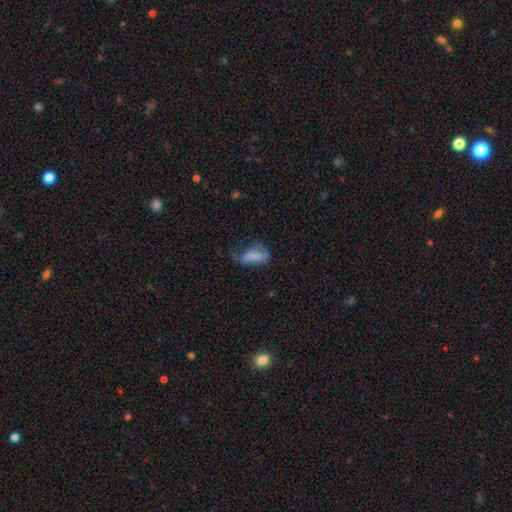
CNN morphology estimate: Q: Smooth or featured?
A: smooth (66%); runner-up: featured or disk (23%)
Q: How rounded?
A: in between (79%); runner-up: cigar-shaped (18%)
Q: Merging?
A: major disturbance (38%); runner-up: minor disturbance (30%)